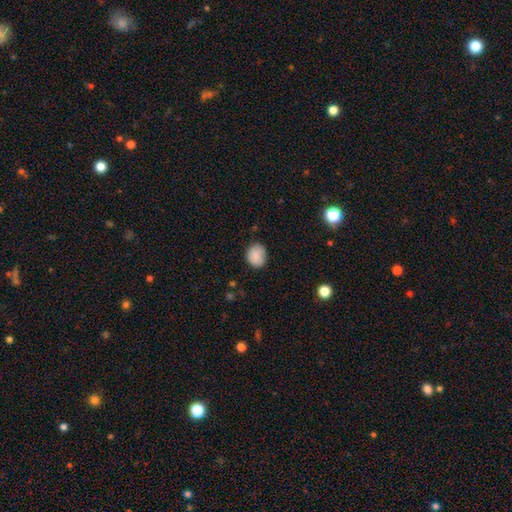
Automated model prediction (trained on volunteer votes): Smooth or featured?
  - smooth: 88% *
  - star or artifact: 8%
  - featured or disk: 4%
How rounded?
  - round: 63% *
  - in between: 36%
  - cigar-shaped: 1%
Merging?
  - none: 80% *
  - minor disturbance: 16%
  - major disturbance: 3%
  - merger: 1%